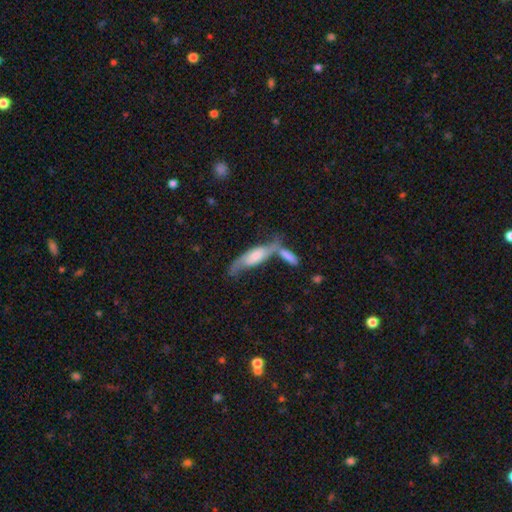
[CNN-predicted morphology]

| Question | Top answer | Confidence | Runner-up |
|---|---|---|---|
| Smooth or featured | featured or disk | 57% | smooth (35%) |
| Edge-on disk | no | 56% | yes (44%) |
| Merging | none | 42% | merger (32%) |